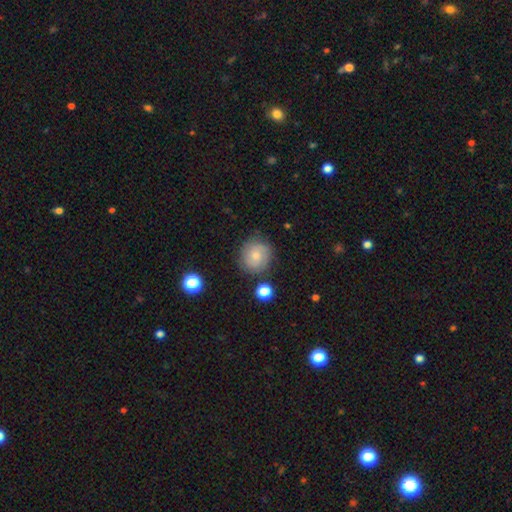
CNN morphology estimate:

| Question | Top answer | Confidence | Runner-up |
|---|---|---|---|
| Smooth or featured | smooth | 55% | featured or disk (35%) |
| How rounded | round | 88% | in between (11%) |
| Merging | none | 80% | minor disturbance (14%) |